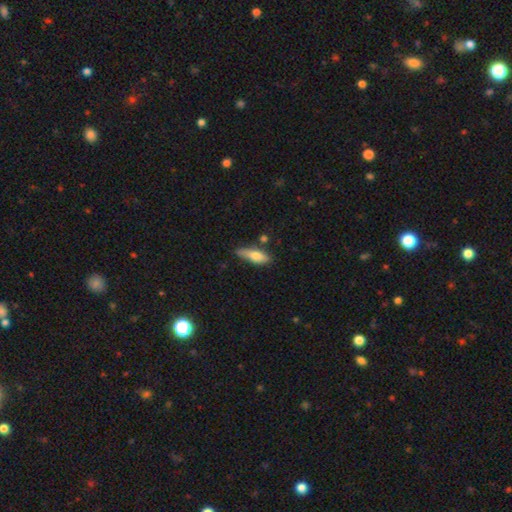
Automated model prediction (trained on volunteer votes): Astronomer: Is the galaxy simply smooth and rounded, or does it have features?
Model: smooth — 70%.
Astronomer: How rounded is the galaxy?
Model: in between — 52% (runner-up: cigar-shaped, 46%).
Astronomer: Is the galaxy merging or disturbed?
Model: none — 66%.